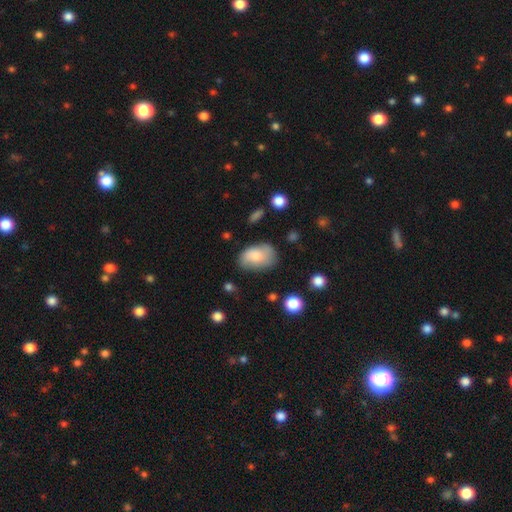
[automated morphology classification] Smooth or featured?
  - smooth: 72% *
  - featured or disk: 21%
  - star or artifact: 7%
How rounded?
  - in between: 89% *
  - round: 10%
  - cigar-shaped: 1%
Merging?
  - none: 62% *
  - minor disturbance: 26%
  - major disturbance: 9%
  - merger: 3%